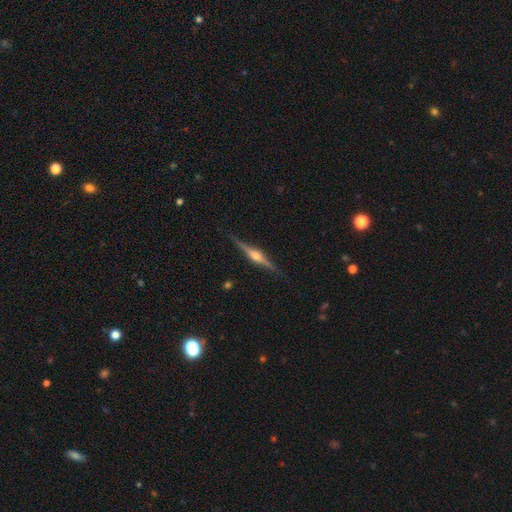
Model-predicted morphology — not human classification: smooth-or-featured: featured or disk: 84% | smooth: 11% | star or artifact: 5%
  disk-edge-on: yes: 98% | no: 2%
    edge-on-bulge: rounded: 92% | boxy: 6% | none: 2%
  merging: none: 89% | minor disturbance: 8% | major disturbance: 2% | merger: 1%